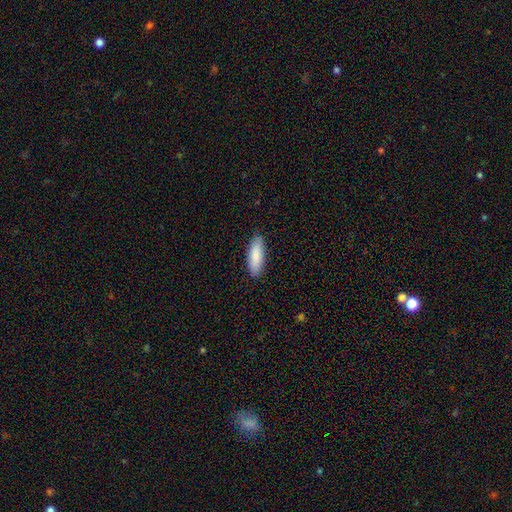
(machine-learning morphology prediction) Smooth or featured: smooth — 88% (featured or disk — 7%)
How rounded: in between — 60% (cigar-shaped — 38%)
Merging: none — 89% (minor disturbance — 9%)